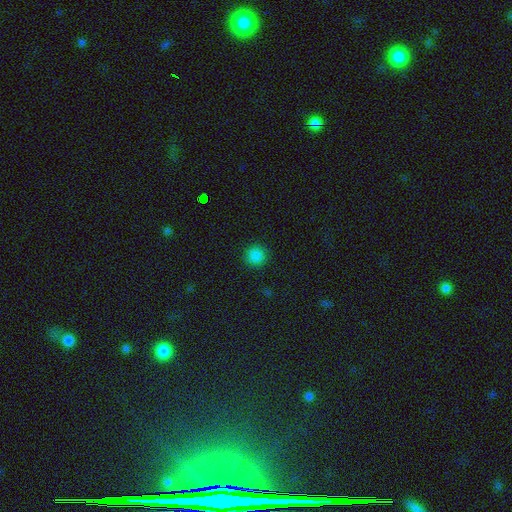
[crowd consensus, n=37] Q: Smooth or featured?
A: smooth (89%); runner-up: star or artifact (8%)
Q: How rounded?
A: round (94%); runner-up: in between (3%)
Q: Merging?
A: none (88%); runner-up: minor disturbance (12%)